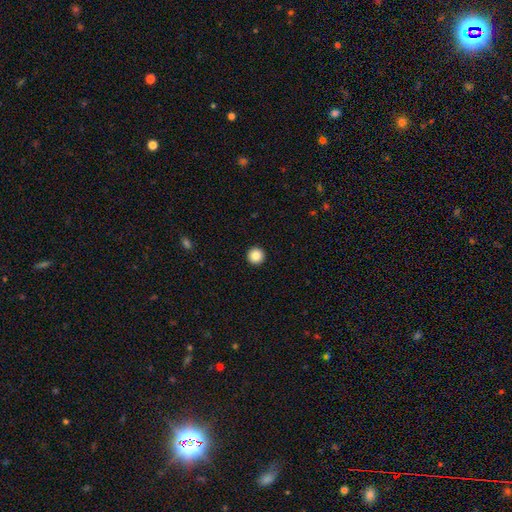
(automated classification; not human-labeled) Q: Smooth or featured?
A: smooth (87%); runner-up: star or artifact (9%)
Q: How rounded?
A: round (97%); runner-up: in between (2%)
Q: Merging?
A: none (94%); runner-up: minor disturbance (4%)